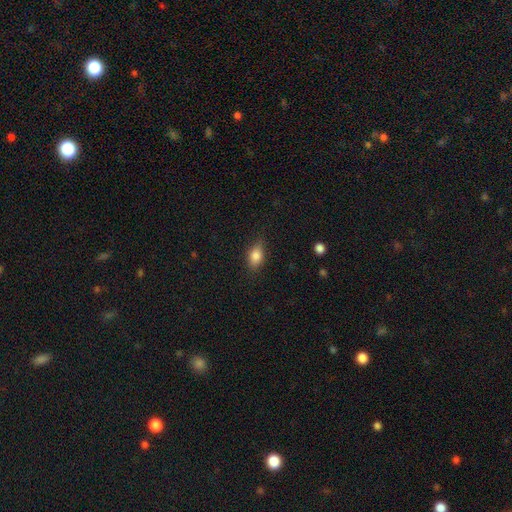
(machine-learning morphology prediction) Smooth or featured: smooth — 82% (featured or disk — 10%)
How rounded: in between — 83% (round — 12%)
Merging: none — 79% (minor disturbance — 16%)